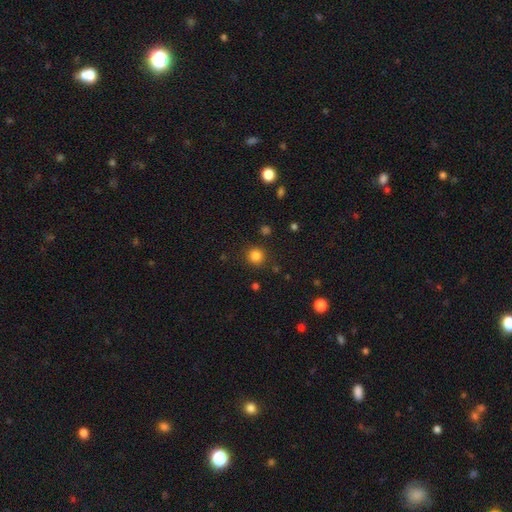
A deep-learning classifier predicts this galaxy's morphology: Smooth or featured? Predicted: smooth (p=0.83). How rounded? Predicted: round (p=0.94). Merging? Predicted: none (p=0.89).